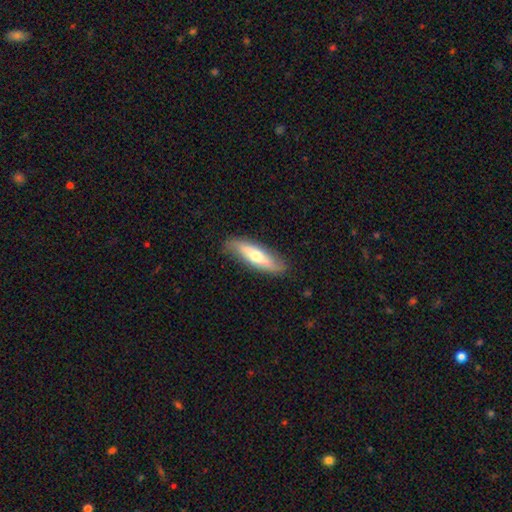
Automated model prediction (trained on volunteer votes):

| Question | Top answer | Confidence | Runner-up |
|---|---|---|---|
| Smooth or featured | smooth | 56% | featured or disk (38%) |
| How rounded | cigar-shaped | 63% | in between (35%) |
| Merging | none | 84% | minor disturbance (12%) |